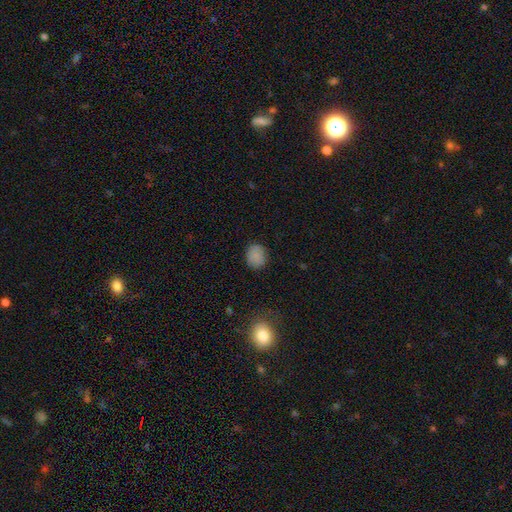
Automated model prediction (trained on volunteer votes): Smooth or featured? smooth (83%)
How rounded? round (61%)
Merging? none (85%)